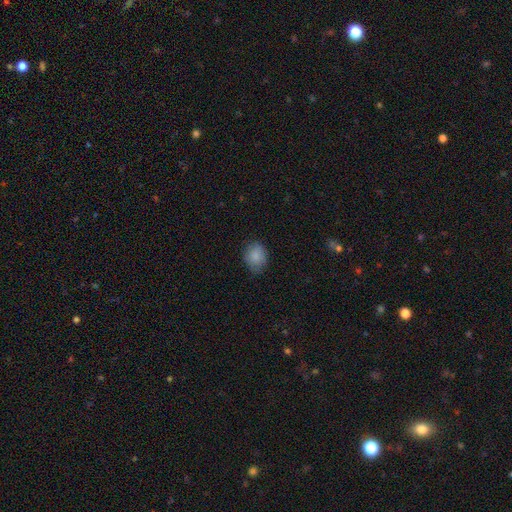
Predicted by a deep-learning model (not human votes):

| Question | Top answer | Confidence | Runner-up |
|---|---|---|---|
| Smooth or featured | smooth | 87% | star or artifact (8%) |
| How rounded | round | 56% | in between (44%) |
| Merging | none | 76% | minor disturbance (19%) |